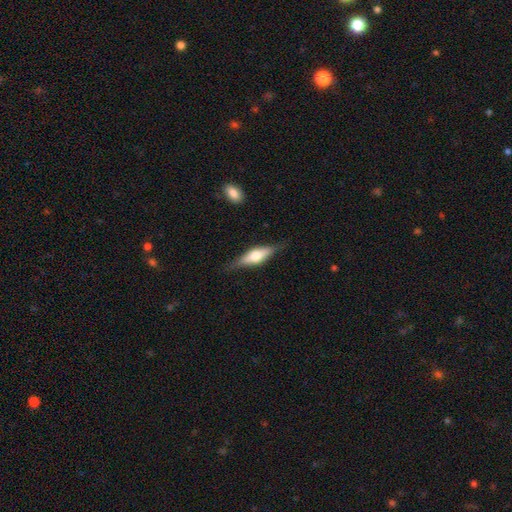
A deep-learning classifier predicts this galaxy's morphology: A featured or disk galaxy (55%) viewed edge-on (94%) with a rounded central bulge (87%).

Vote fractions:
- Smooth or featured? featured or disk: 55% / smooth: 39% / star or artifact: 6%
- Edge-on disk? yes: 94% / no: 6%
- Edge-on bulge? rounded: 87% / boxy: 10% / none: 3%
- Merging? none: 81% / minor disturbance: 14% / major disturbance: 4% / merger: 1%